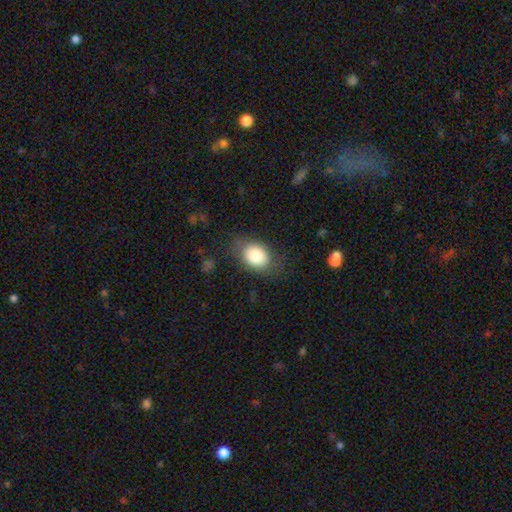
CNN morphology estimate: Smooth or featured?
  - smooth: 82% *
  - featured or disk: 10%
  - star or artifact: 8%
How rounded?
  - in between: 65% *
  - round: 34%
  - cigar-shaped: 1%
Merging?
  - none: 71% *
  - minor disturbance: 19%
  - major disturbance: 8%
  - merger: 2%